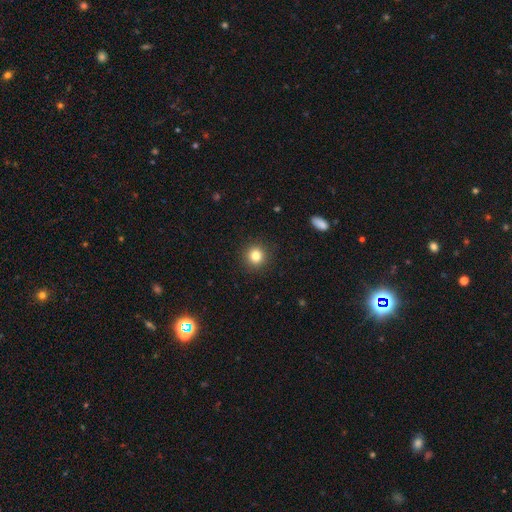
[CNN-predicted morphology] Smooth or featured?
  - smooth: 82% *
  - star or artifact: 12%
  - featured or disk: 6%
How rounded?
  - round: 92% *
  - in between: 7%
  - cigar-shaped: 1%
Merging?
  - none: 92% *
  - minor disturbance: 5%
  - major disturbance: 2%
  - merger: 1%